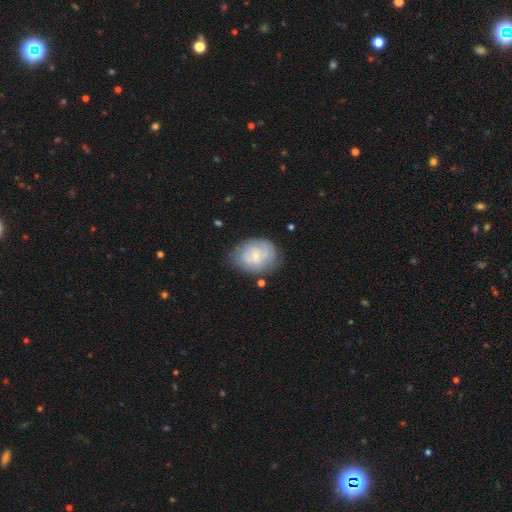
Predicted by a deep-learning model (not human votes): A featured or disk galaxy (55%) with no bar (65%), spiral arms (69%) and a small central bulge (73%).

Vote fractions:
- Smooth or featured? featured or disk: 55% / smooth: 38% / star or artifact: 8%
- Edge-on disk? no: 97% / yes: 3%
- Bar? no: 65% / weak: 30% / strong: 5%
- Spiral arms? yes: 69% / no: 31%
- Bulge size? small: 73% / moderate: 20% / none: 4% / large: 1% / dominant: 1%
- Merging? none: 65% / minor disturbance: 23% / major disturbance: 9% / merger: 4%